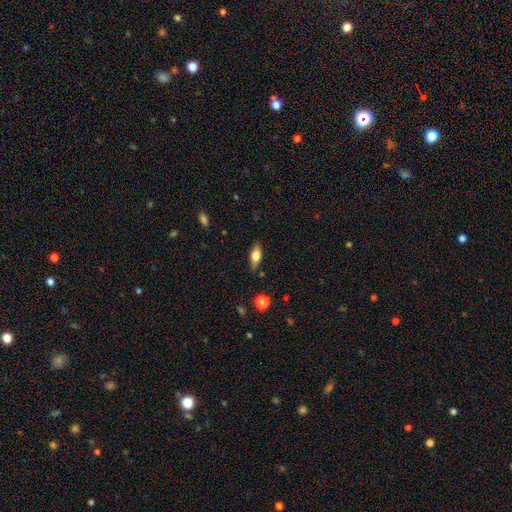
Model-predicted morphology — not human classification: A smooth galaxy with no disk features (58%) that is in between round and cigar-shaped (71%). Merging: none (83%).